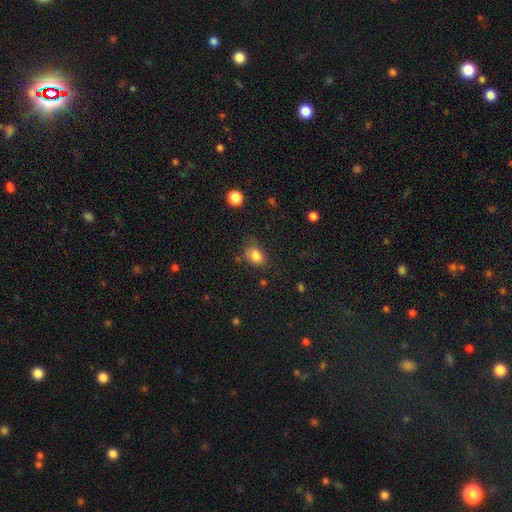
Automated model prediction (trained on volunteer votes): This is clearly a smooth galaxy (81%). How rounded: likely in between (65%). Merging: likely none (62%).